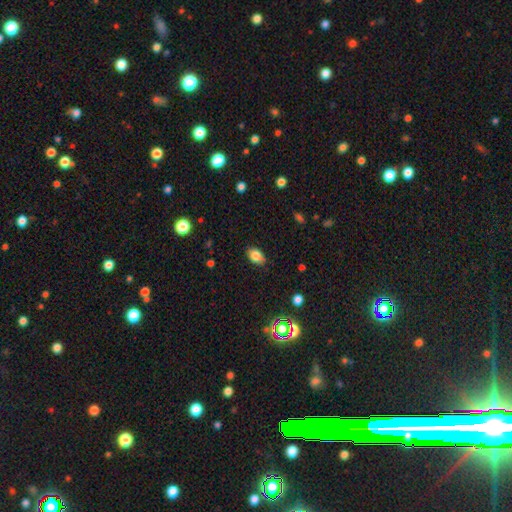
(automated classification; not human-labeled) Smooth or featured?
  - smooth: 83% *
  - star or artifact: 10%
  - featured or disk: 7%
How rounded?
  - in between: 82% *
  - round: 17%
  - cigar-shaped: 1%
Merging?
  - none: 84% *
  - minor disturbance: 12%
  - major disturbance: 3%
  - merger: 1%